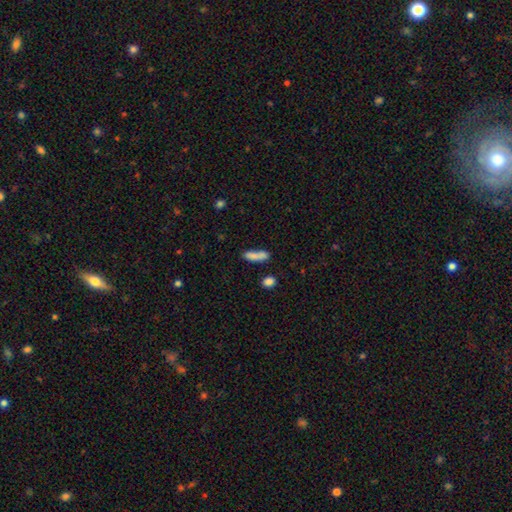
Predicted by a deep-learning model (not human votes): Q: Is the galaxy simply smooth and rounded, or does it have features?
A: smooth — 80%.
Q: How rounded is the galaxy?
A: cigar-shaped — 57%.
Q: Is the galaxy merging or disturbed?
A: none — 54%.